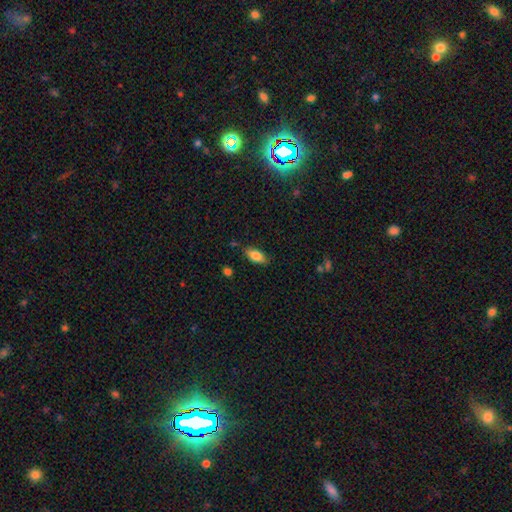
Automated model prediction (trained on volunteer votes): This is clearly a smooth galaxy (83%). How rounded: clearly in between (88%). Merging: likely none (79%).